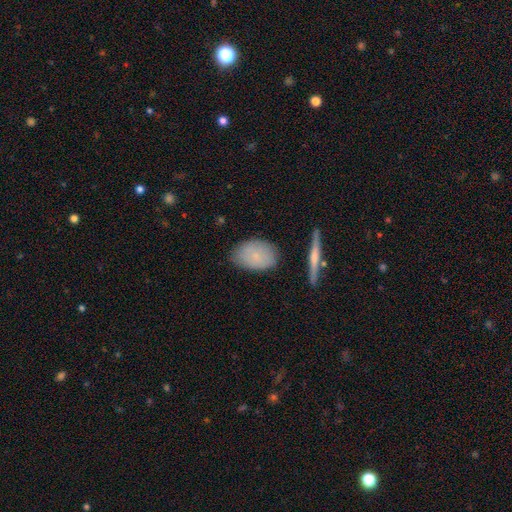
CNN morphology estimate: type=smooth (79%); roundness=in between (88%); merging=none (77%).